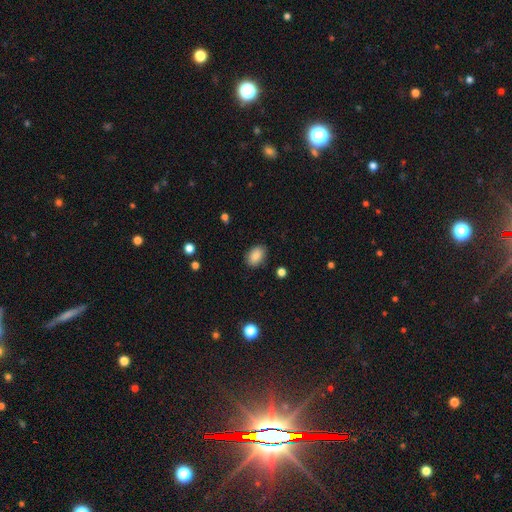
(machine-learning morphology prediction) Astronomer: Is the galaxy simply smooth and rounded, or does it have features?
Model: smooth — 86%.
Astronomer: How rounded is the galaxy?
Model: in between — 85%.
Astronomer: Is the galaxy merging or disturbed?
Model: none — 85%.